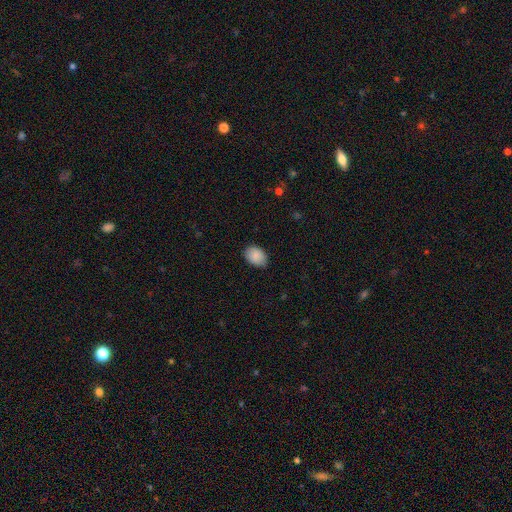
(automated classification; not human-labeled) Smooth or featured?
  - smooth: 89% *
  - star or artifact: 7%
  - featured or disk: 4%
How rounded?
  - in between: 77% *
  - round: 22%
  - cigar-shaped: 1%
Merging?
  - none: 80% *
  - minor disturbance: 16%
  - major disturbance: 3%
  - merger: 1%